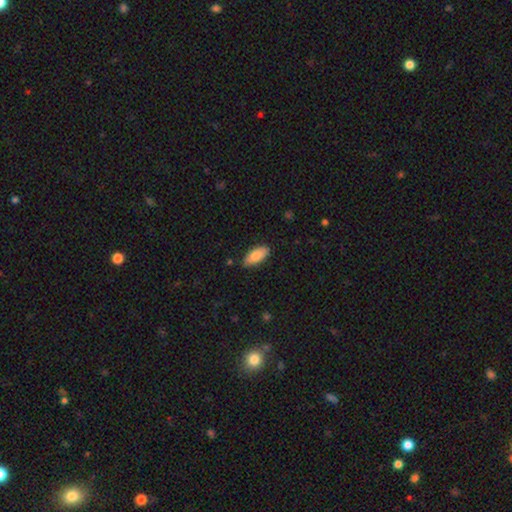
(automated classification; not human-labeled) smooth-or-featured: smooth: 83% | featured or disk: 11% | star or artifact: 6%
  how-rounded: in between: 85% | cigar-shaped: 13% | round: 2%
  merging: none: 82% | minor disturbance: 14% | major disturbance: 2% | merger: 1%